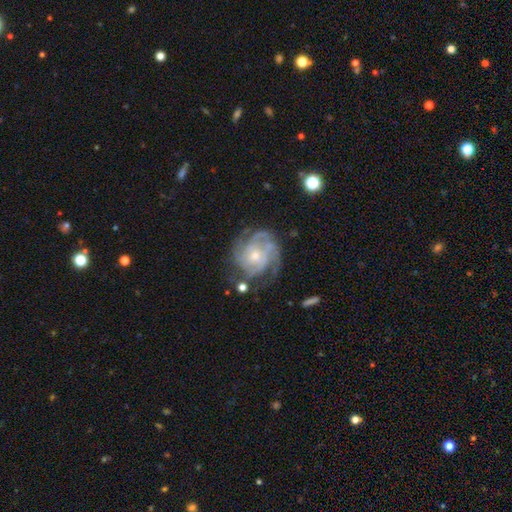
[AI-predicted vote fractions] featured or disk 84%, smooth 10%, star or artifact 6%. Down the decision tree: edge-on disk — no (98%); bar — no (77%); spiral arms — yes (93%); spiral arm count — can't tell (29%); spiral winding — tight (58%); bulge size — small (62%); merging — none (61%).